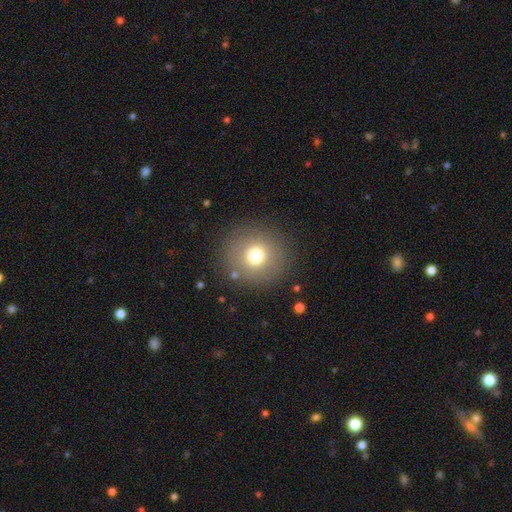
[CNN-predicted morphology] Overall: smooth (72%). How rounded: round (94%). Merging: none (88%).